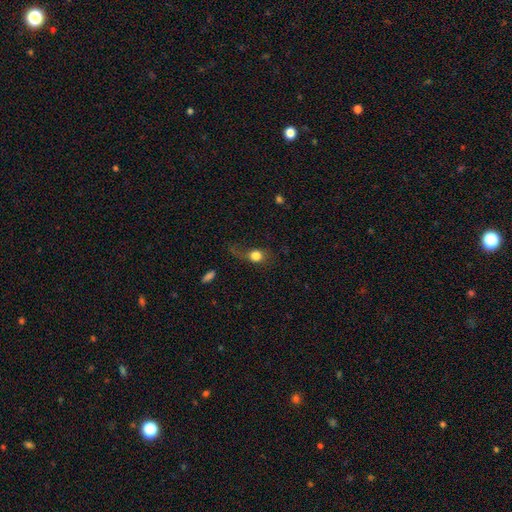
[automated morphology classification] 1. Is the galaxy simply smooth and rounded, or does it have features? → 72% smooth, 17% featured or disk, 11% star or artifact.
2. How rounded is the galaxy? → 68% round, 29% in between, 3% cigar-shaped.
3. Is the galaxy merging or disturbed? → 41% major disturbance, 35% none, 20% minor disturbance, 4% merger.